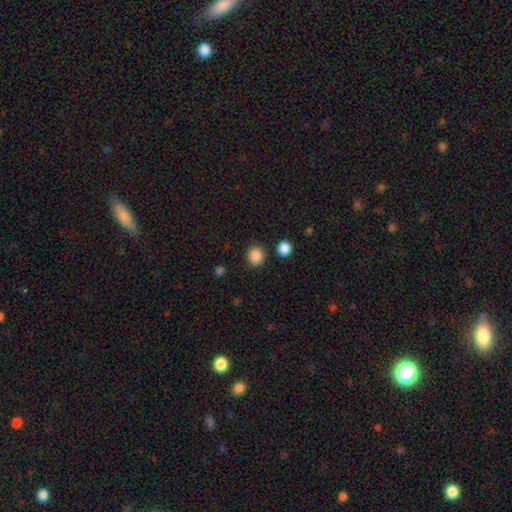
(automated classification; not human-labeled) A smooth galaxy with no disk features (87%) that is round (79%). Merging: none (85%).